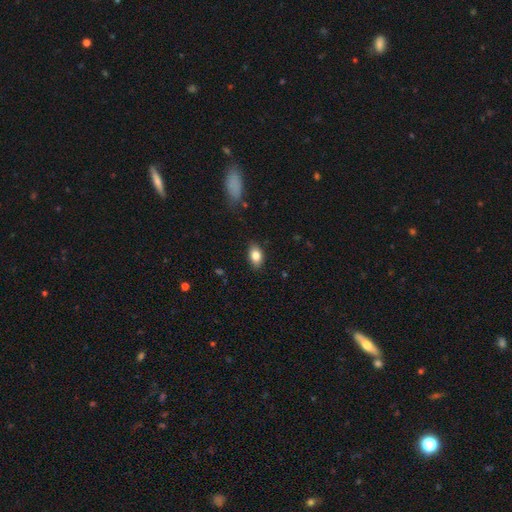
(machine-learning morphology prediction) Q: Smooth or featured?
A: smooth (84%); runner-up: star or artifact (8%)
Q: How rounded?
A: in between (85%); runner-up: round (13%)
Q: Merging?
A: none (84%); runner-up: minor disturbance (12%)